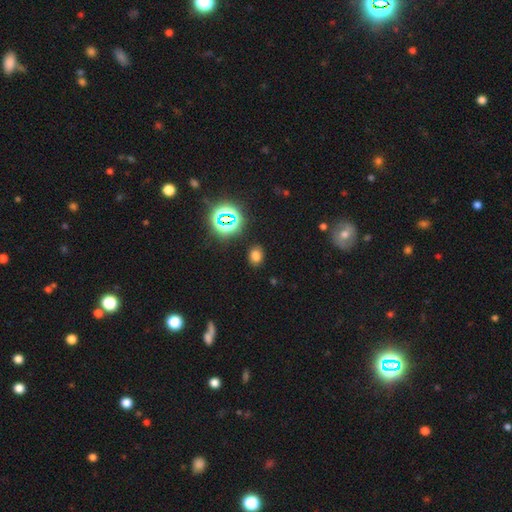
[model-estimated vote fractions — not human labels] Smooth or featured?
  - smooth: 69% *
  - star or artifact: 24%
  - featured or disk: 7%
How rounded?
  - in between: 58% *
  - round: 41%
  - cigar-shaped: 1%
Merging?
  - none: 85% *
  - minor disturbance: 10%
  - major disturbance: 3%
  - merger: 2%